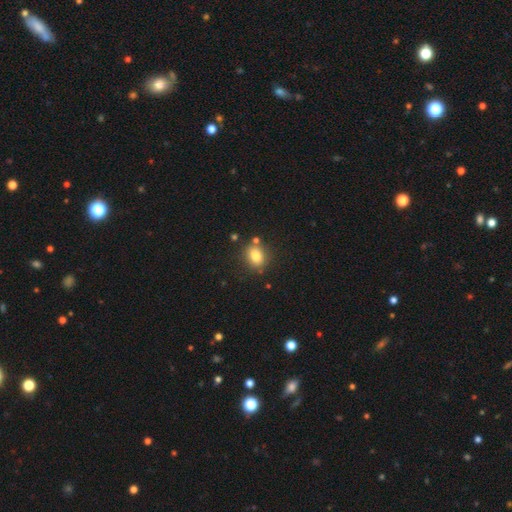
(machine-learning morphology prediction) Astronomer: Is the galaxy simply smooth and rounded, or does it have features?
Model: smooth — 82%.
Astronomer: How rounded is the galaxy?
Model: in between — 51% (runner-up: round, 48%).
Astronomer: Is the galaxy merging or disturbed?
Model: none — 78%.